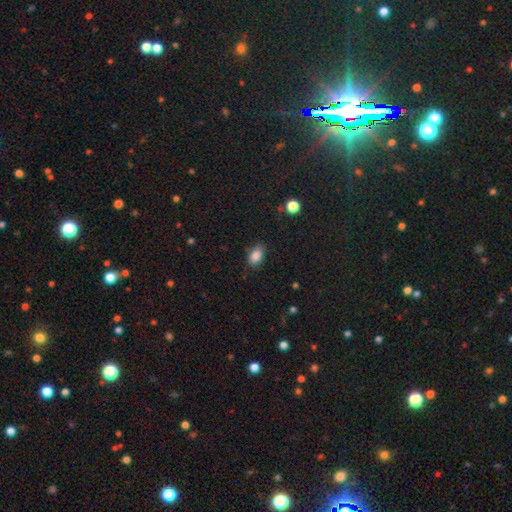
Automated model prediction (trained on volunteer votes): This is clearly a smooth galaxy (86%). How rounded: clearly in between (89%). Merging: clearly none (81%).